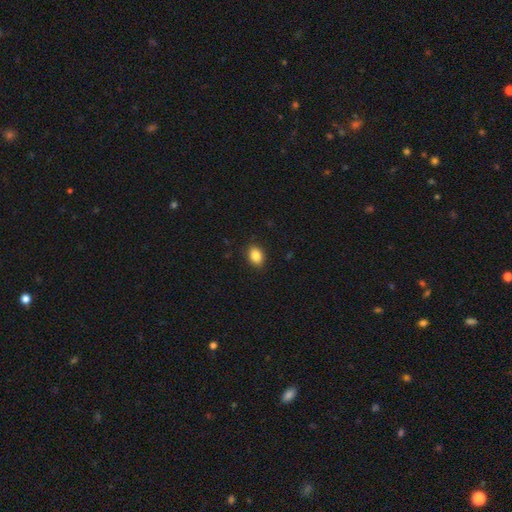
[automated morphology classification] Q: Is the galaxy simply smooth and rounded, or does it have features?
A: smooth — 86%.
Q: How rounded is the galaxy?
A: in between — 67%.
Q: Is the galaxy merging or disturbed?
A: none — 89%.